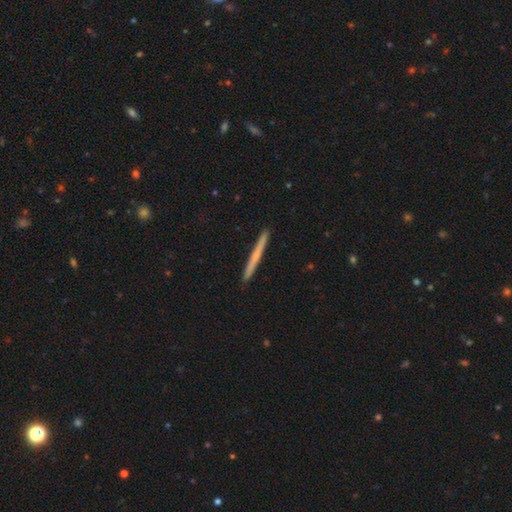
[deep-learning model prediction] Smooth or featured? Predicted: smooth (p=0.53). How rounded? Predicted: cigar-shaped (p=0.97). Merging? Predicted: none (p=0.93).